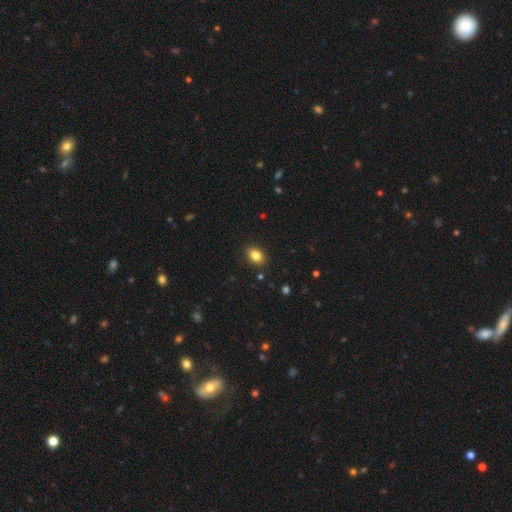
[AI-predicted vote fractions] Smooth or featured? smooth (84%)
How rounded? in between (73%)
Merging? none (89%)